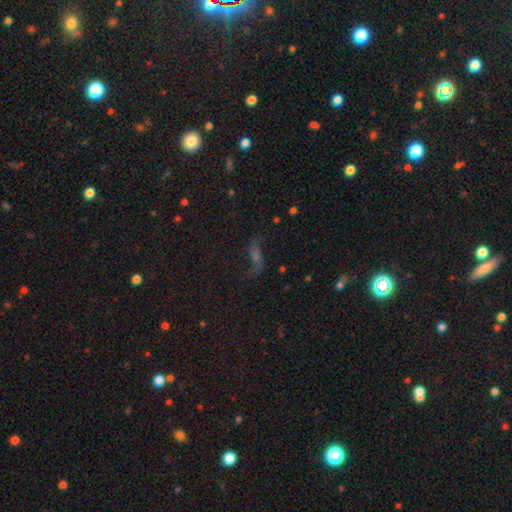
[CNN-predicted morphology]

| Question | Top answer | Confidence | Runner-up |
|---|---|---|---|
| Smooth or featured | featured or disk | 54% | star or artifact (26%) |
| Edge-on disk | no | 86% | yes (14%) |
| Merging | none | 65% | minor disturbance (16%) |